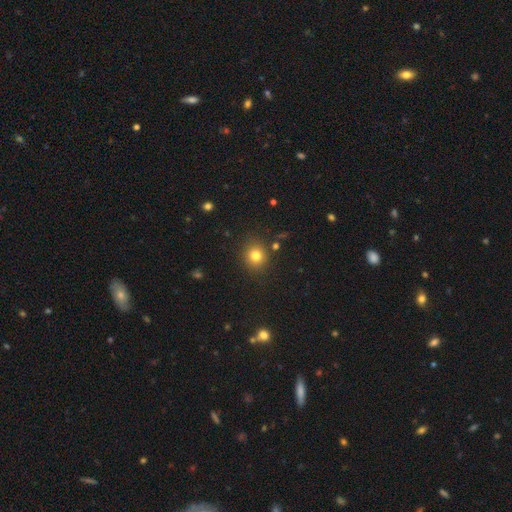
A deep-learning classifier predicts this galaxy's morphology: Overall: smooth (79%). How rounded: round (84%). Merging: none (86%).